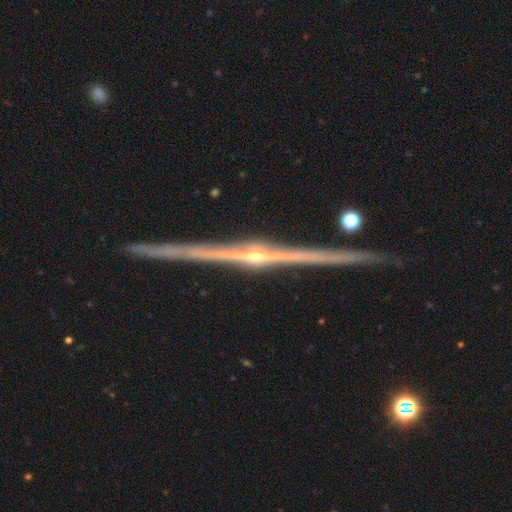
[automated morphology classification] A featured or disk galaxy (89%) viewed edge-on (99%) with a rounded central bulge (88%).

Vote fractions:
- Smooth or featured? featured or disk: 89% / star or artifact: 6% / smooth: 4%
- Edge-on disk? yes: 99% / no: 1%
- Edge-on bulge? rounded: 88% / none: 8% / boxy: 5%
- Merging? none: 89% / minor disturbance: 8% / merger: 2% / major disturbance: 1%